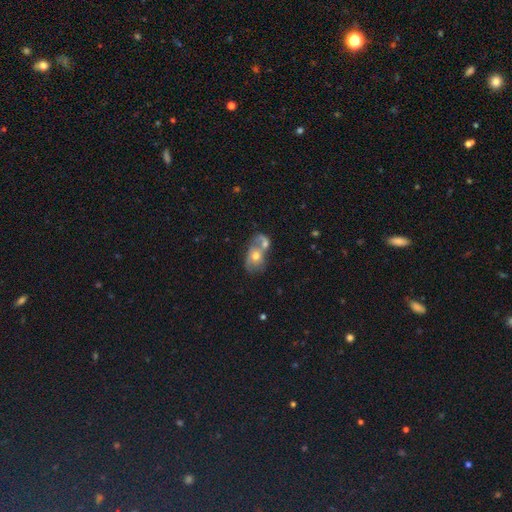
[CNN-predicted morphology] Smooth or featured? featured or disk (48%)
Merging? merger (61%)